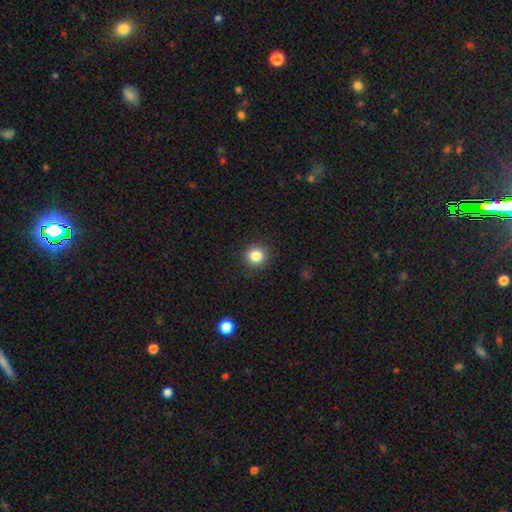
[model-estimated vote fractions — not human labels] Smooth or featured: smooth — 84% (star or artifact — 11%)
How rounded: round — 92% (in between — 7%)
Merging: none — 90% (minor disturbance — 7%)